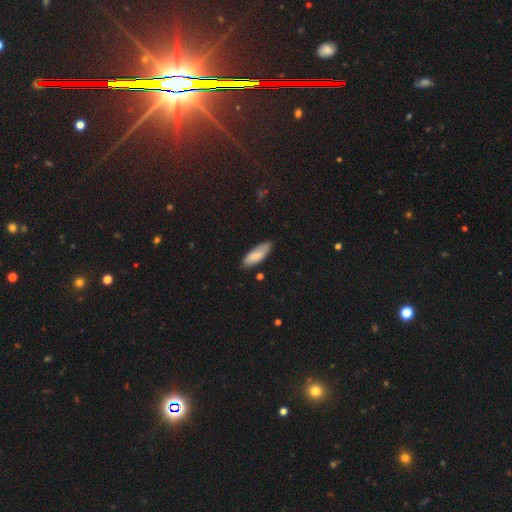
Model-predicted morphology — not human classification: Overall: smooth (82%). How rounded: in between (70%). Merging: none (74%).